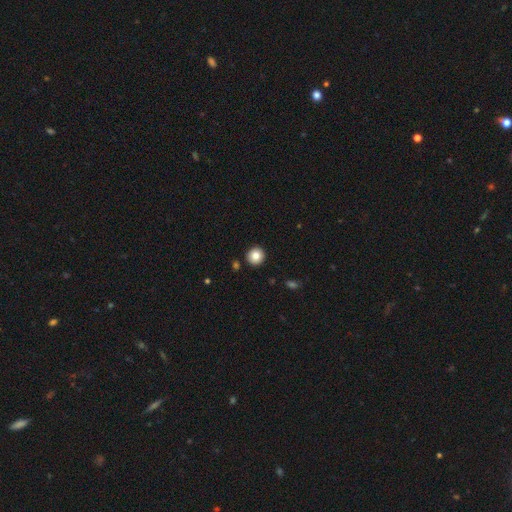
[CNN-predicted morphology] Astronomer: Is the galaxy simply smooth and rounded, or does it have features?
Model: smooth — 84%.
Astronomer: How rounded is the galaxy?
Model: round — 94%.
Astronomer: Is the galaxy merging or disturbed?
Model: none — 91%.